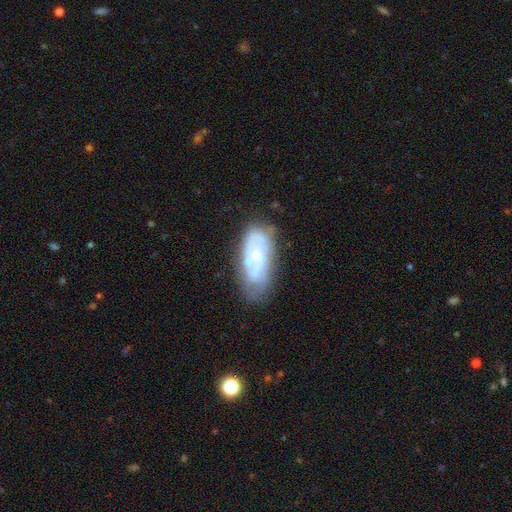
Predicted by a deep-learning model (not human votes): Q: Smooth or featured?
A: featured or disk (67%); runner-up: smooth (25%)
Q: Edge-on disk?
A: no (93%); runner-up: yes (7%)
Q: Bar?
A: no (70%); runner-up: weak (25%)
Q: Spiral arms?
A: yes (69%); runner-up: no (31%)
Q: Bulge size?
A: small (65%); runner-up: moderate (23%)
Q: Merging?
A: none (61%); runner-up: minor disturbance (24%)